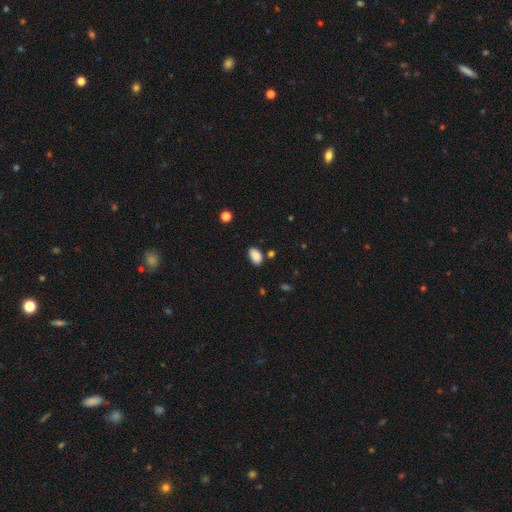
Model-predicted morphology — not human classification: Smooth or featured? smooth (87%)
How rounded? in between (91%)
Merging? none (78%)